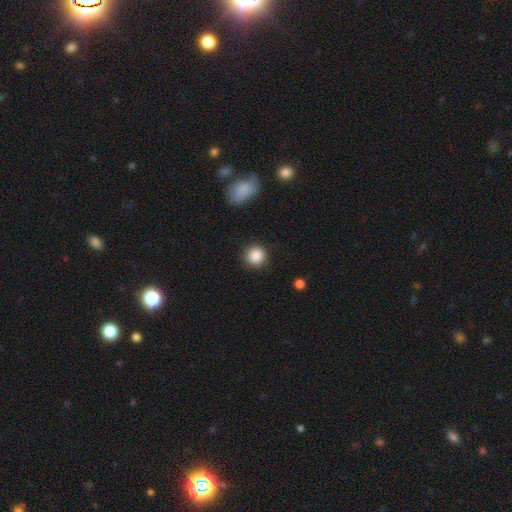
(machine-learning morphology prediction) The model was most divided on "smooth or featured": smooth: 88%, star or artifact: 8%, featured or disk: 4%. More confident: how rounded — round (92%); merging — none (90%).